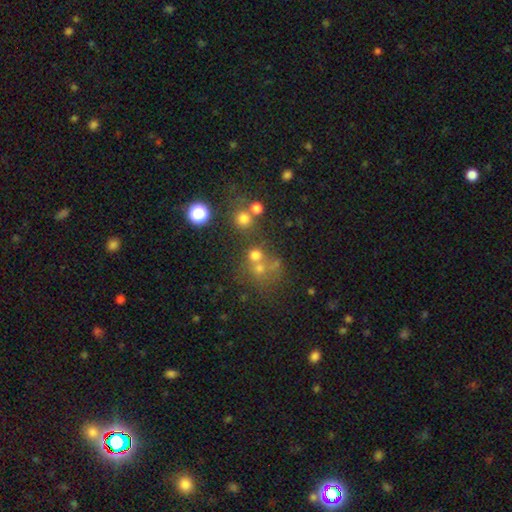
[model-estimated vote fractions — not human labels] smooth-or-featured: smooth: 61% | star or artifact: 23% | featured or disk: 15%
  how-rounded: round: 85% | in between: 14% | cigar-shaped: 1%
  merging: none: 52% | merger: 32% | minor disturbance: 9% | major disturbance: 7%